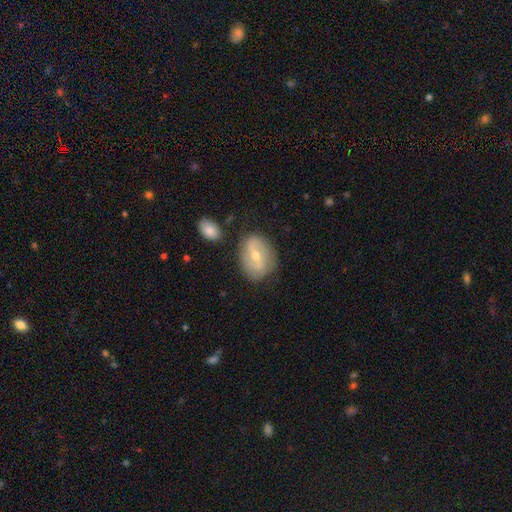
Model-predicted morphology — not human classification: Smooth or featured? featured or disk (68%)
Edge-on disk? no (95%)
Bar? weak (46%)
Spiral arms? yes (76%)
Bulge size? small (50%)
Merging? none (77%)